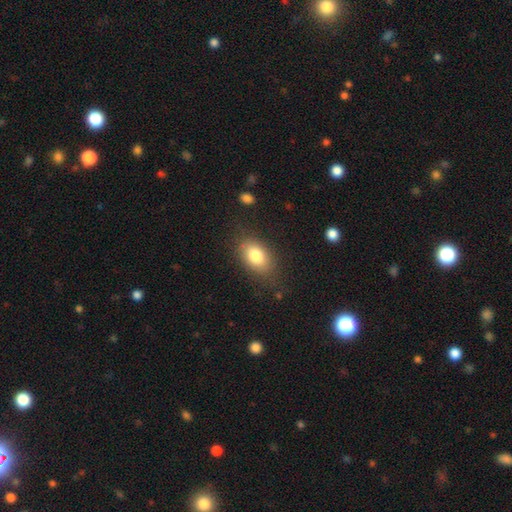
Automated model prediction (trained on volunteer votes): Smooth or featured? Predicted: smooth (p=0.81). How rounded? Predicted: in between (p=0.87). Merging? Predicted: none (p=0.79).